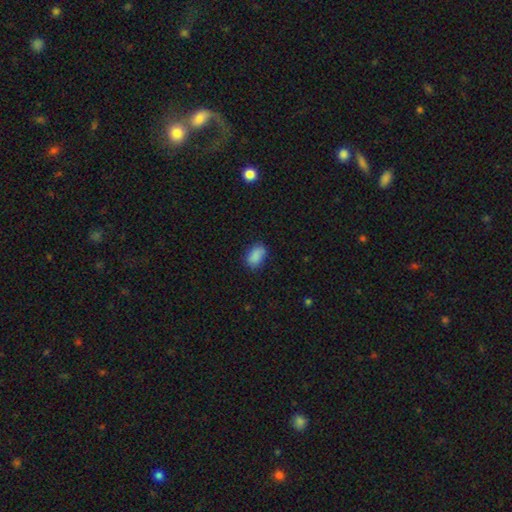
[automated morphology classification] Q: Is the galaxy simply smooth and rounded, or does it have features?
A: smooth — 88%.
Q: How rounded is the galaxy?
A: in between — 90%.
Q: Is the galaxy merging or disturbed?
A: none — 78%.